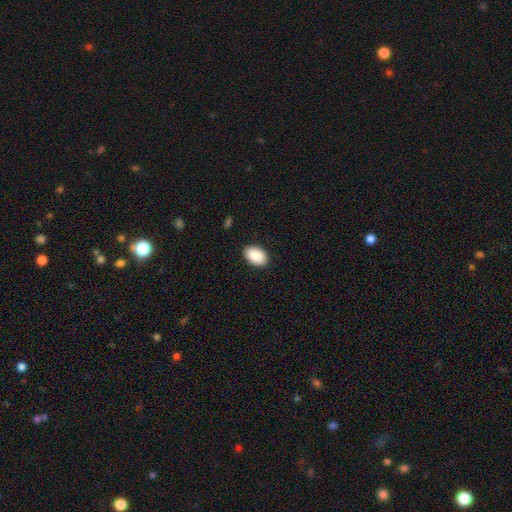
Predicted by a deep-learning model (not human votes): Smooth or featured? Predicted: smooth (p=0.91). How rounded? Predicted: in between (p=0.90). Merging? Predicted: none (p=0.90).